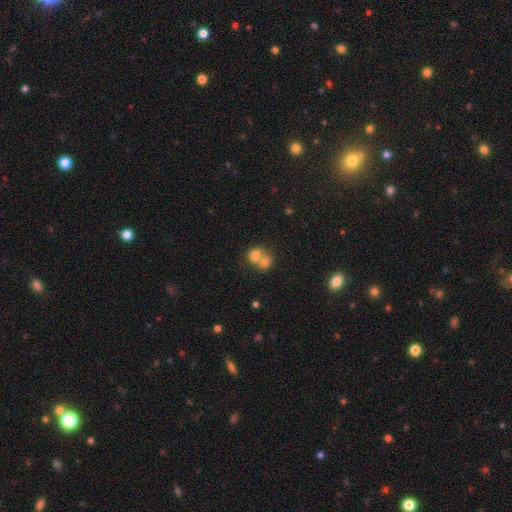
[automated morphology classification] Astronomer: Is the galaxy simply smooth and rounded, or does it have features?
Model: smooth — 73%.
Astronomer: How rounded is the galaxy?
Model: round — 54% (runner-up: in between, 45%).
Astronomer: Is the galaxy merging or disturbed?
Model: merger — 72%.